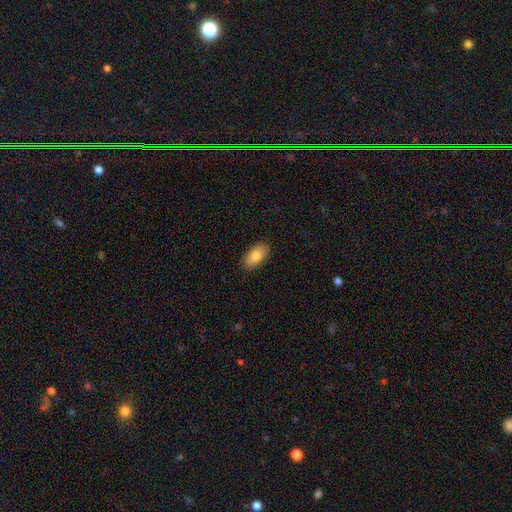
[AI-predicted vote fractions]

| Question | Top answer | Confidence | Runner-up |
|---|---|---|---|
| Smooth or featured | smooth | 82% | featured or disk (11%) |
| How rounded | in between | 93% | round (4%) |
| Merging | none | 88% | minor disturbance (9%) |